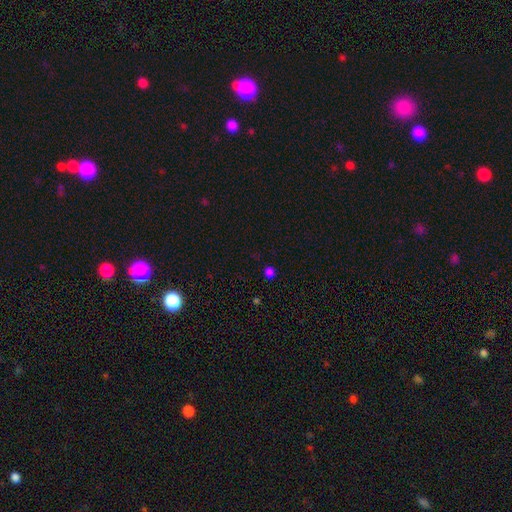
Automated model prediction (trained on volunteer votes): This appears to be a smooth galaxy with no disk features (61%) that is round (85%). Merging: none (88%).